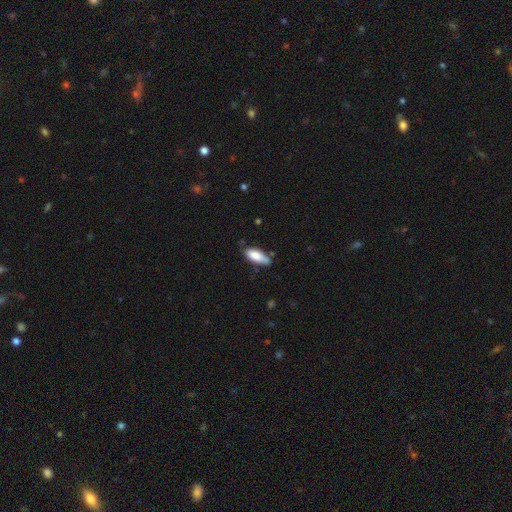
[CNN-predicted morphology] Smooth or featured? Predicted: smooth (p=0.85). How rounded? Predicted: in between (p=0.78). Merging? Predicted: none (p=0.61).